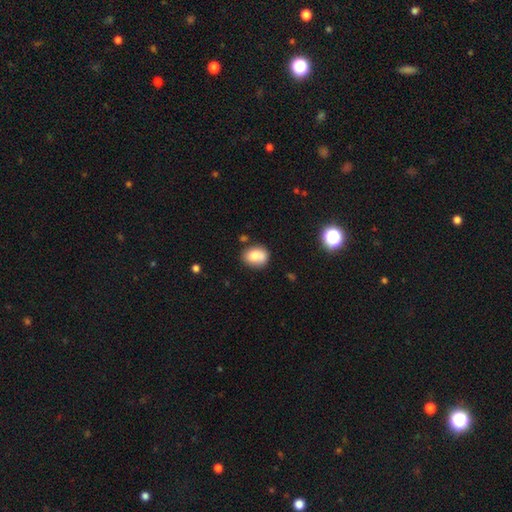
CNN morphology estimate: smooth 77%, featured or disk 13%, star or artifact 10%. Down the decision tree: how rounded — in between (54%); merging — none (66%).